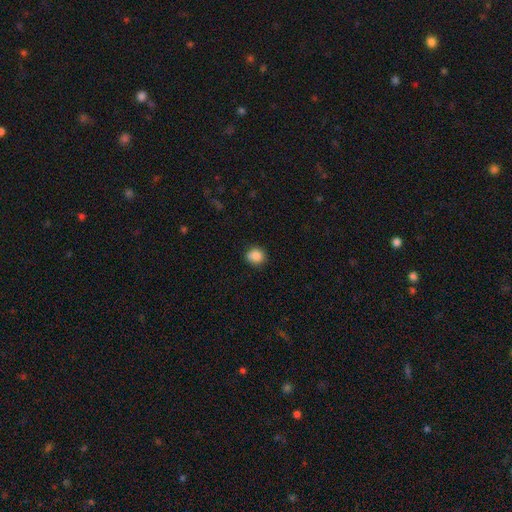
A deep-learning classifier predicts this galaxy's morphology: Overall: smooth (86%). How rounded: round (79%). Merging: none (81%).